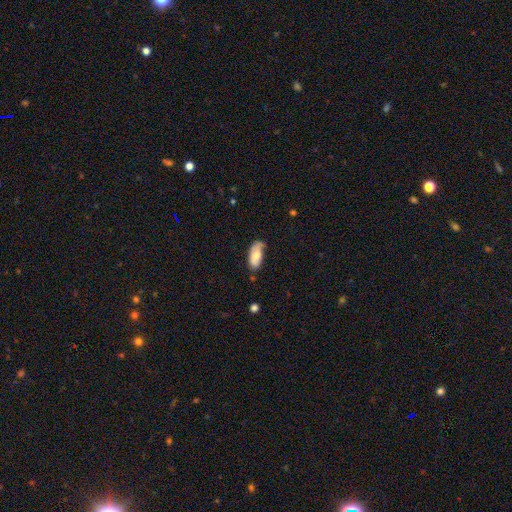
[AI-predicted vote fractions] A smooth galaxy with no disk features (68%) that is in between round and cigar-shaped (90%). Merging: none (52%).